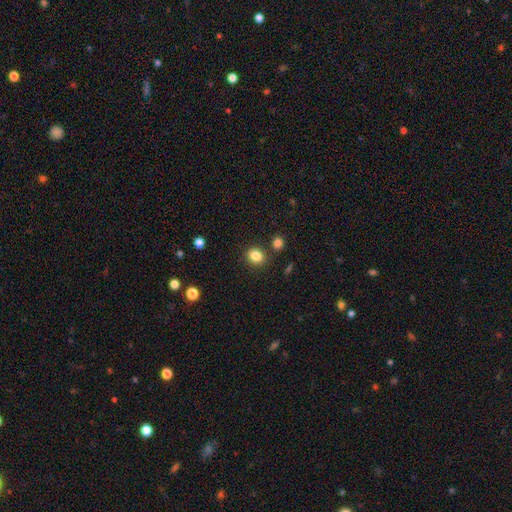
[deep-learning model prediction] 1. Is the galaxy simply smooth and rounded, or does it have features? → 84% smooth, 11% star or artifact, 5% featured or disk.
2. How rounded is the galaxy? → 61% round, 38% in between, 1% cigar-shaped.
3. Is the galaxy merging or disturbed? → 82% none, 9% minor disturbance, 6% merger, 3% major disturbance.